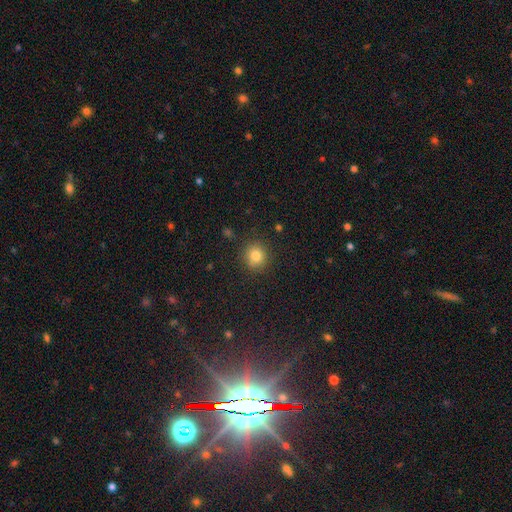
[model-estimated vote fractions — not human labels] Smooth or featured: smooth — 80% (star or artifact — 13%)
How rounded: round — 88% (in between — 11%)
Merging: none — 87% (minor disturbance — 9%)